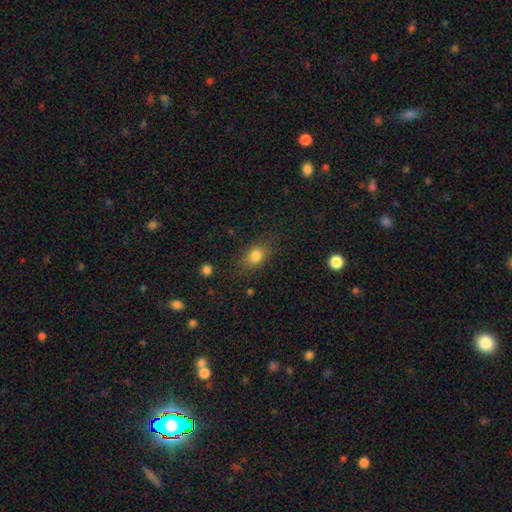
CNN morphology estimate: Overall: smooth (80%). How rounded: in between (70%). Merging: none (77%).